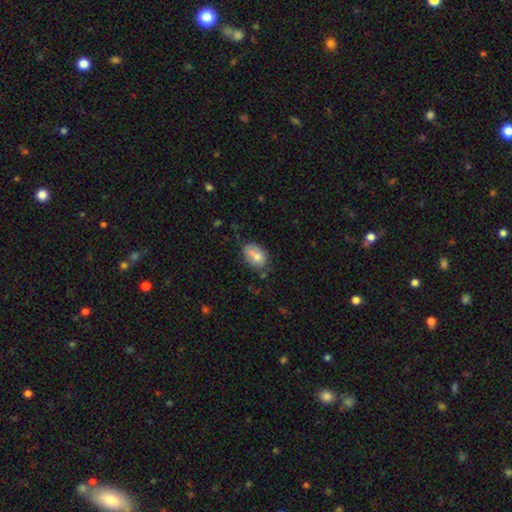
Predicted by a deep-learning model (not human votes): smooth_or_featured: smooth (p=0.71) [alt: featured or disk p=0.21]
how_rounded: in between (p=0.82) [alt: round p=0.17]
merging: none (p=0.48) [alt: merger p=0.27]